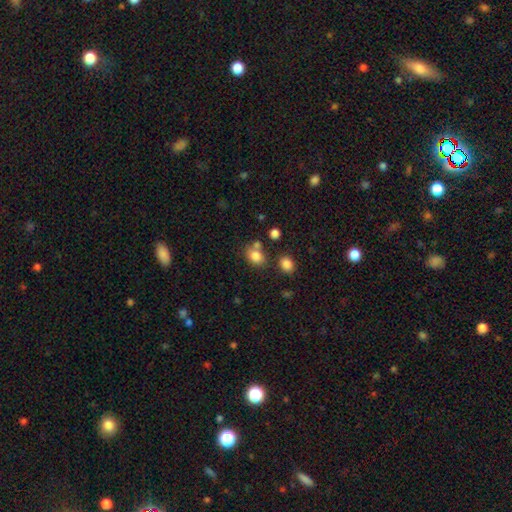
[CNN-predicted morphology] A smooth galaxy with no disk features (81%) that is in between round and cigar-shaped (63%).

Vote fractions:
- Smooth or featured? smooth: 81% / star or artifact: 12% / featured or disk: 7%
- How rounded? in between: 63% / round: 36% / cigar-shaped: 1%
- Merging? none: 60% / merger: 20% / minor disturbance: 15% / major disturbance: 5%